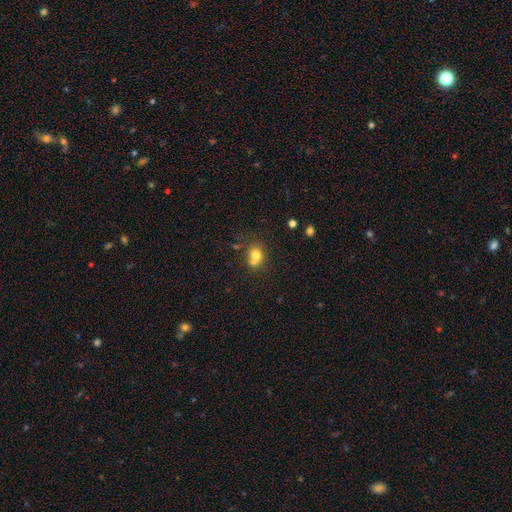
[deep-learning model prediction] Overall: smooth (72%). How rounded: round (67%; in between 32%). Merging: merger (43%; none 40%).